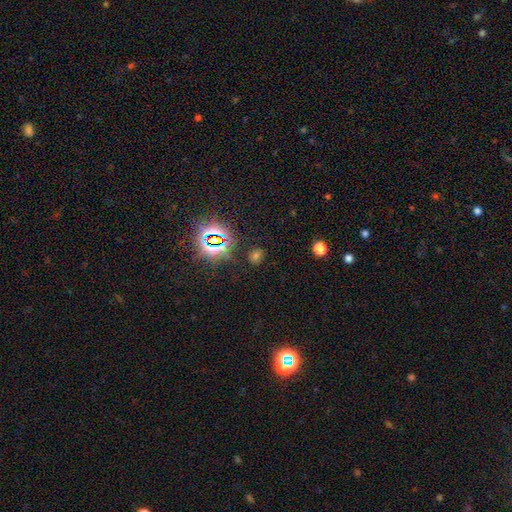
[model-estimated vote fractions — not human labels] smooth-or-featured: smooth: 50% | star or artifact: 42% | featured or disk: 8%
  how-rounded: round: 53% | in between: 45% | cigar-shaped: 2%
  merging: none: 84% | minor disturbance: 10% | major disturbance: 4% | merger: 2%